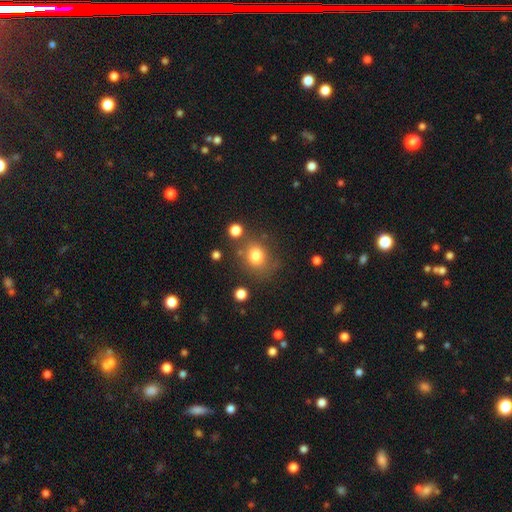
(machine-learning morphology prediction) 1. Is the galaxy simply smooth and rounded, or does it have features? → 78% smooth, 13% star or artifact, 9% featured or disk.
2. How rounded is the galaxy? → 71% round, 28% in between, 1% cigar-shaped.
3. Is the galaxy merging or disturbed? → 70% none, 16% minor disturbance, 8% merger, 7% major disturbance.